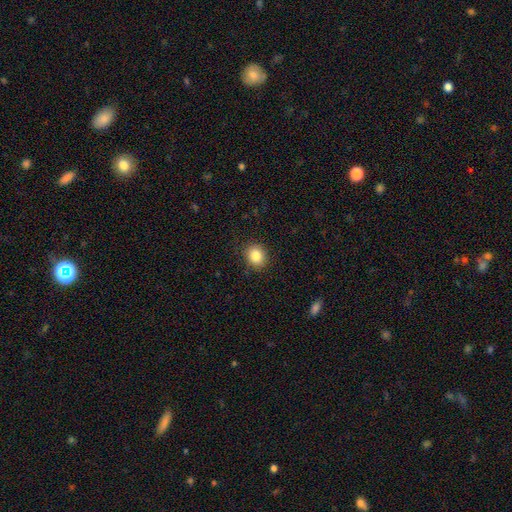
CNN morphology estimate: smooth_or_featured: smooth (p=0.85) [alt: star or artifact p=0.10]
how_rounded: round (p=0.69) [alt: in between p=0.30]
merging: none (p=0.89) [alt: minor disturbance p=0.08]